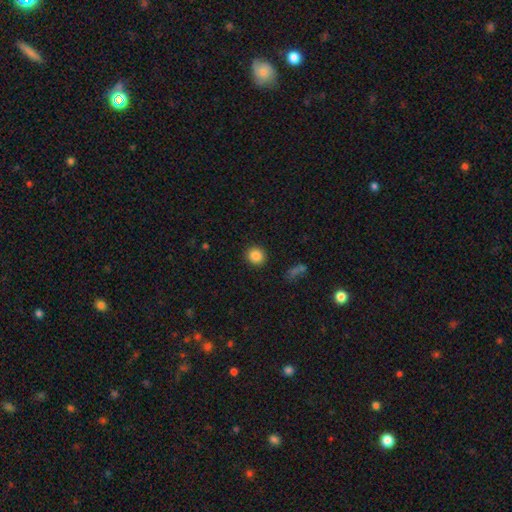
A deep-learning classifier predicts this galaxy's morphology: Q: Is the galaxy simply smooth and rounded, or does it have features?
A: smooth — 87%.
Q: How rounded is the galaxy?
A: round — 86%.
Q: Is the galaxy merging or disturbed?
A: none — 90%.